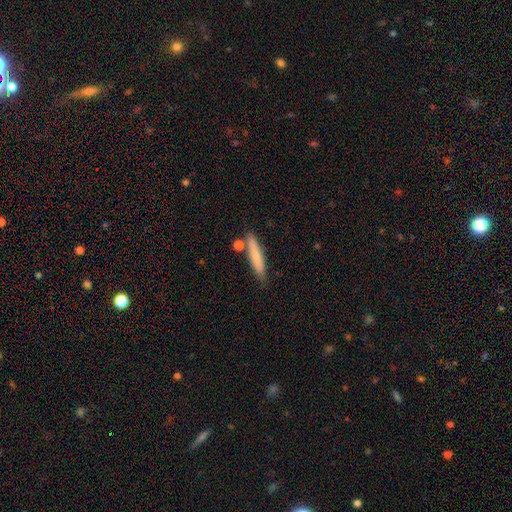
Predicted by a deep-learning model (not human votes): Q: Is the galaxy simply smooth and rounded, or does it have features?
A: smooth — 74%.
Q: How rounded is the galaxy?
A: cigar-shaped — 90%.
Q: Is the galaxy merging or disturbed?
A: none — 77%.